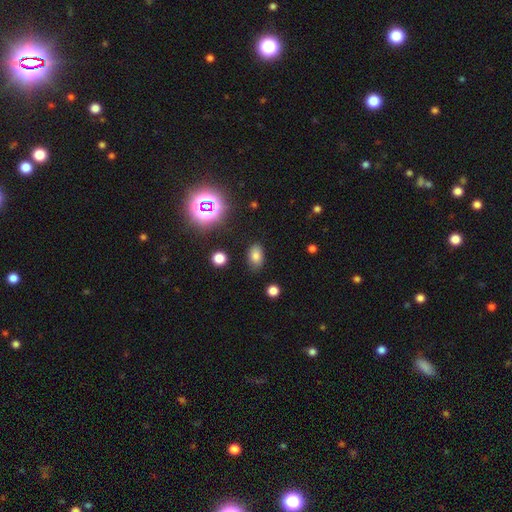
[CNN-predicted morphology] Smooth or featured: smooth — 75% (star or artifact — 17%)
How rounded: in between — 85% (round — 13%)
Merging: none — 84% (minor disturbance — 11%)